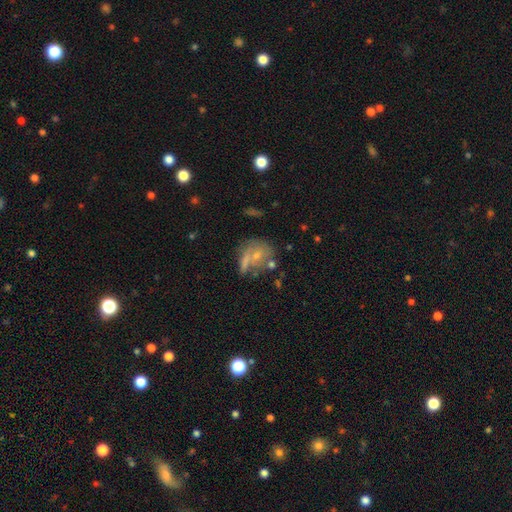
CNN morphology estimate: A smooth galaxy with no disk features (46%). Merging: none (46%).